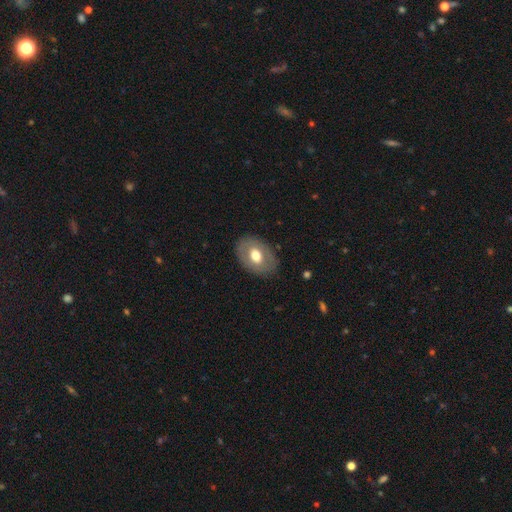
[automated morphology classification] smooth_or_featured: smooth (p=0.57) [alt: featured or disk p=0.37]
how_rounded: in between (p=0.77) [alt: round p=0.22]
merging: none (p=0.83) [alt: minor disturbance p=0.12]